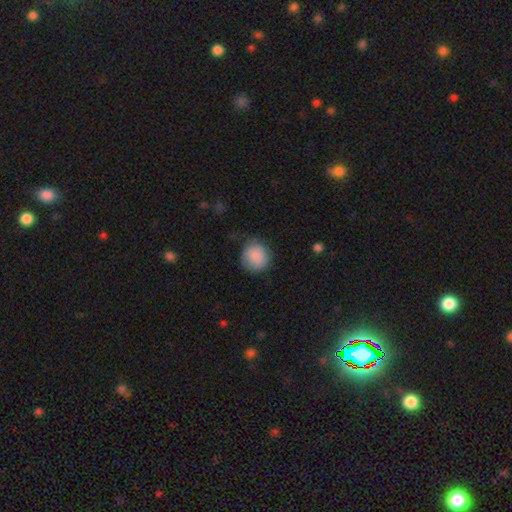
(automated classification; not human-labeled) Smooth or featured: smooth — 86% (featured or disk — 7%)
How rounded: round — 83% (in between — 16%)
Merging: none — 64% (minor disturbance — 25%)